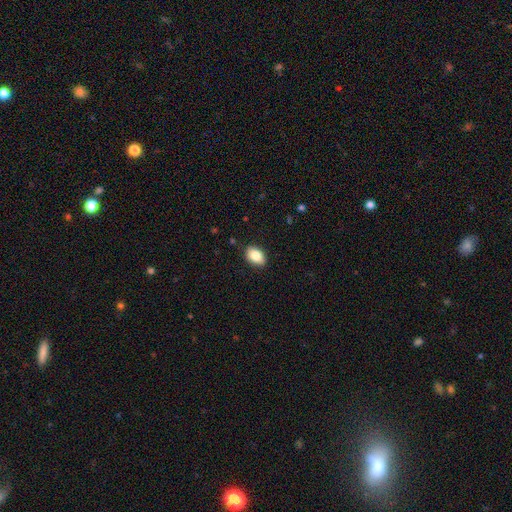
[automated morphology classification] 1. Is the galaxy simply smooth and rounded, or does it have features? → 83% smooth, 9% featured or disk, 8% star or artifact.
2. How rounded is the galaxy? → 87% in between, 12% round, 1% cigar-shaped.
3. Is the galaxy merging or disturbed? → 88% none, 9% minor disturbance, 2% major disturbance, 1% merger.